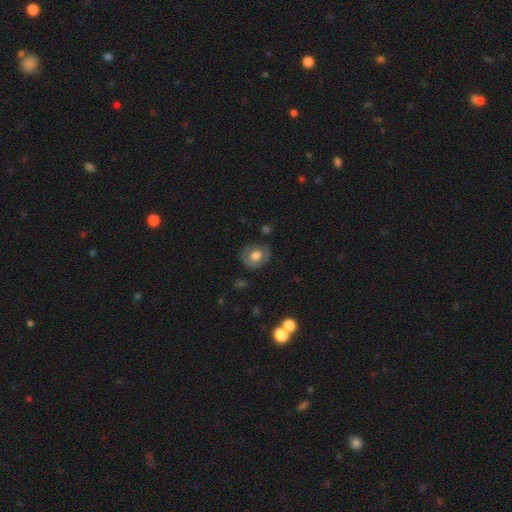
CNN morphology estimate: smooth-or-featured: smooth: 65% | featured or disk: 27% | star or artifact: 8%
  how-rounded: round: 64% | in between: 36% | cigar-shaped: 1%
  merging: none: 75% | minor disturbance: 18% | major disturbance: 5% | merger: 2%